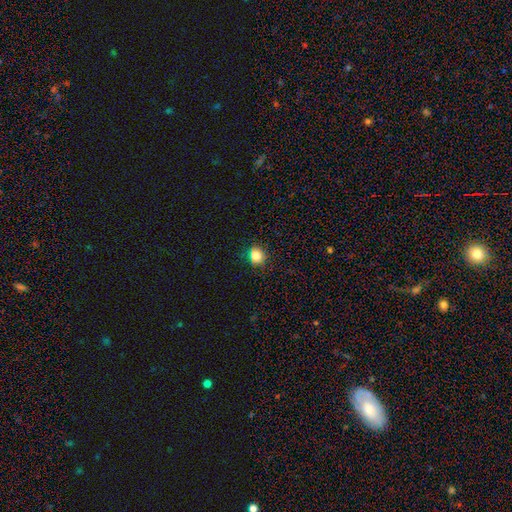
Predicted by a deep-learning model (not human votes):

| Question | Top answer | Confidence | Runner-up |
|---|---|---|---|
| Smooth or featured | smooth | 82% | star or artifact (13%) |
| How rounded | round | 77% | in between (22%) |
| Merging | none | 85% | minor disturbance (11%) |